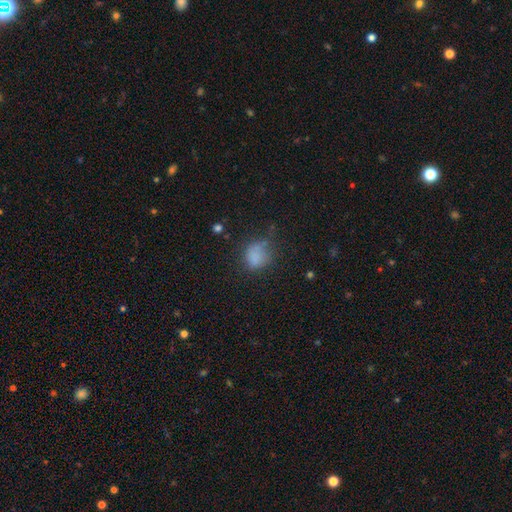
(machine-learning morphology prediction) Smooth or featured? Predicted: smooth (p=0.77). How rounded? Predicted: round (p=0.53). Merging? Predicted: none (p=0.46).